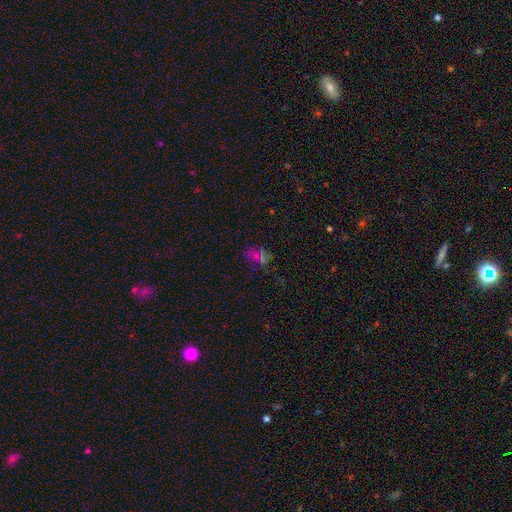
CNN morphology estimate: smooth-or-featured: smooth: 44% | star or artifact: 39% | featured or disk: 17%
  merging: none: 54% | minor disturbance: 20% | major disturbance: 16% | merger: 10%